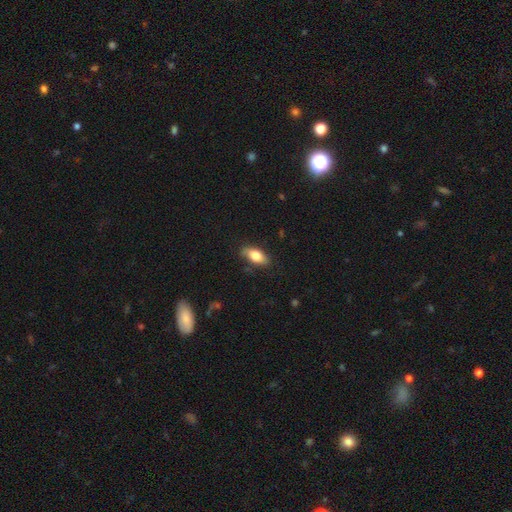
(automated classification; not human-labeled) Smooth or featured? Predicted: smooth (p=0.78). How rounded? Predicted: in between (p=0.87). Merging? Predicted: none (p=0.79).